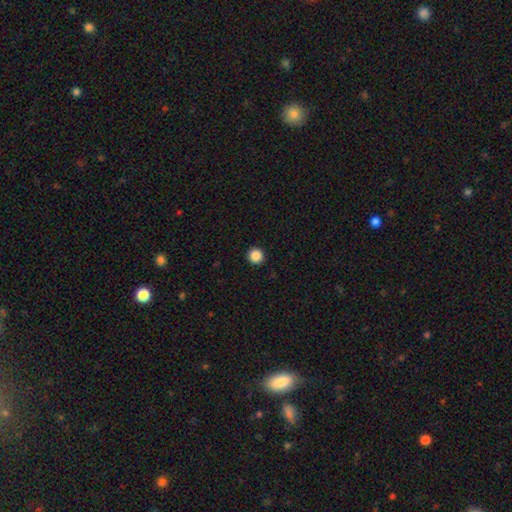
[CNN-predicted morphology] Q: Smooth or featured?
A: smooth (88%); runner-up: star or artifact (10%)
Q: How rounded?
A: round (96%); runner-up: in between (3%)
Q: Merging?
A: none (94%); runner-up: minor disturbance (4%)